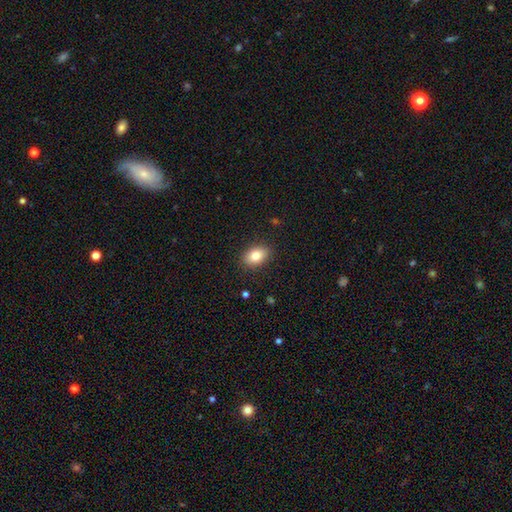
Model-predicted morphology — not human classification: Smooth or featured: smooth — 83% (featured or disk — 9%)
How rounded: in between — 84% (round — 14%)
Merging: none — 88% (minor disturbance — 9%)